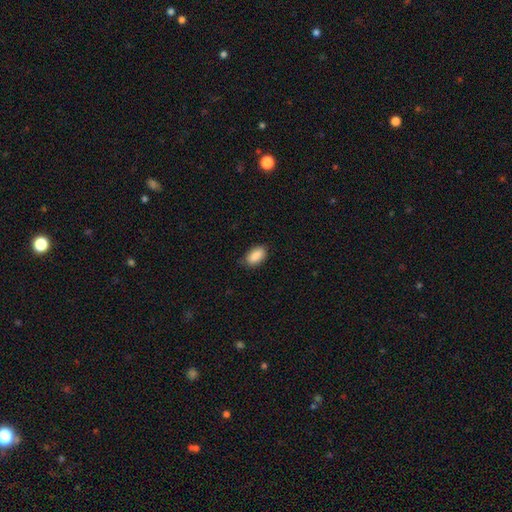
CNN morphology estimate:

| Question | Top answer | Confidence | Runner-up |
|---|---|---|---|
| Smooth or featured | smooth | 88% | star or artifact (7%) |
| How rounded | in between | 93% | round (5%) |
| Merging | none | 81% | minor disturbance (16%) |